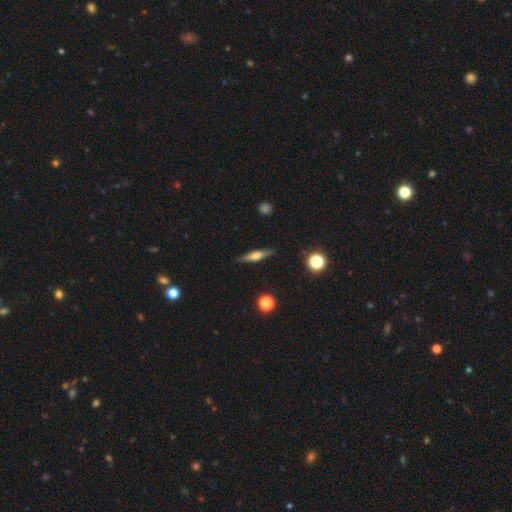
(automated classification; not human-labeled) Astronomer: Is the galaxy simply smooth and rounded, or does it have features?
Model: featured or disk — 55% (runner-up: smooth, 38%).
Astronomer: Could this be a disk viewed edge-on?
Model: yes — 95%.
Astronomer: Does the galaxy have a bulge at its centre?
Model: rounded — 84%.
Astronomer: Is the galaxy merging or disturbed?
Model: none — 87%.